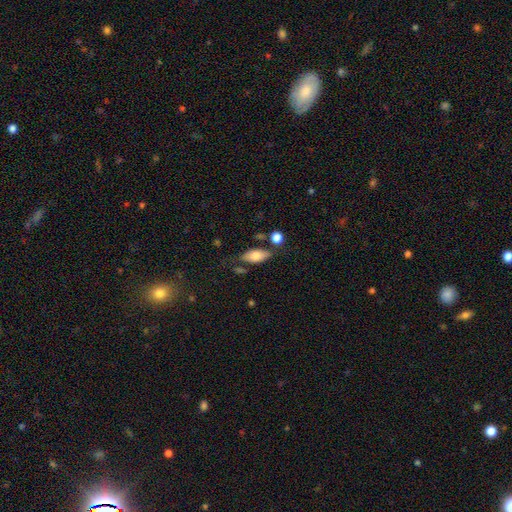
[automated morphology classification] Smooth or featured?
  - smooth: 72% *
  - featured or disk: 21%
  - star or artifact: 7%
How rounded?
  - in between: 86% *
  - cigar-shaped: 10%
  - round: 4%
Merging?
  - none: 69% *
  - minor disturbance: 17%
  - merger: 8%
  - major disturbance: 5%